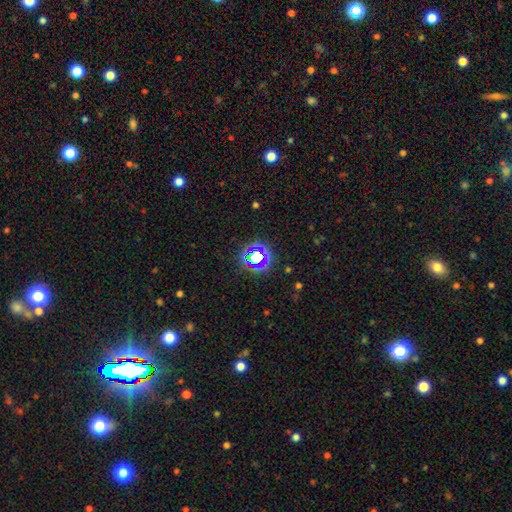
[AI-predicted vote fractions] Overall: star or artifact (69%).